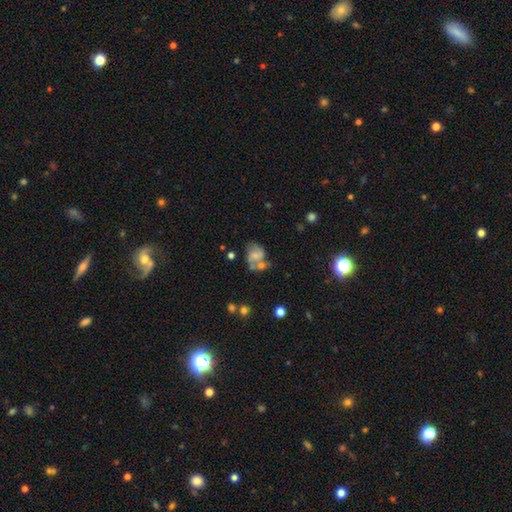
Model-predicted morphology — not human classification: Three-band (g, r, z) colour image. It shows a featured or disk galaxy (51%). Merging: merger (34%).